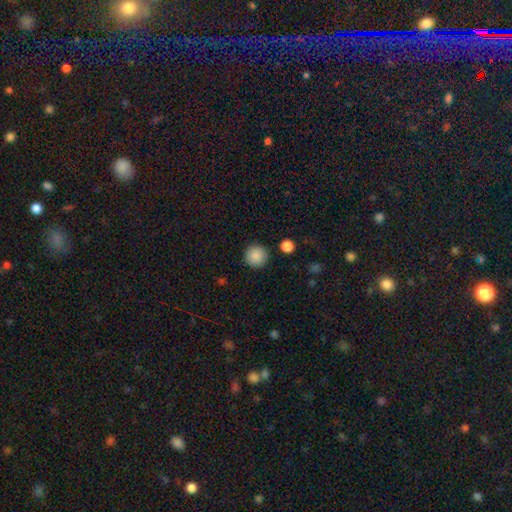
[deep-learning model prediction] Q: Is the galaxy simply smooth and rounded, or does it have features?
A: smooth — 88%.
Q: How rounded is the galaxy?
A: round — 96%.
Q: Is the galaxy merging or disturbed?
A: none — 91%.